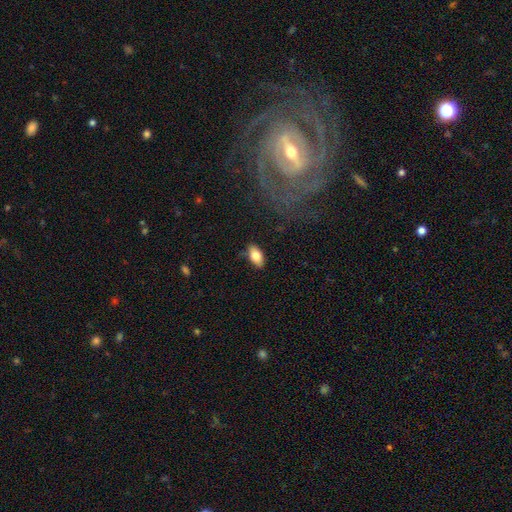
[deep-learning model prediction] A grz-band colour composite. It shows a smooth galaxy with no disk features (80%) that is in between round and cigar-shaped (91%). Merging: none (82%).